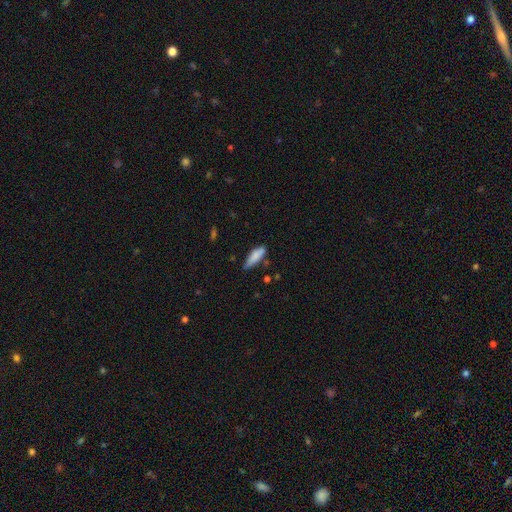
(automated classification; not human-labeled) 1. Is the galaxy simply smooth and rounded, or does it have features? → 80% smooth, 13% featured or disk, 7% star or artifact.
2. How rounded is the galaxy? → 52% cigar-shaped, 46% in between, 2% round.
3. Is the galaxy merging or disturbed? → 56% none, 33% minor disturbance, 7% major disturbance, 4% merger.